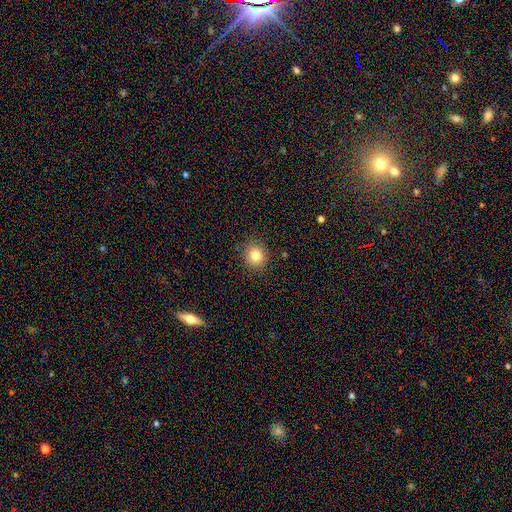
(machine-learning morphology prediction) Q: Smooth or featured?
A: smooth (80%); runner-up: star or artifact (12%)
Q: How rounded?
A: round (82%); runner-up: in between (17%)
Q: Merging?
A: none (88%); runner-up: minor disturbance (8%)